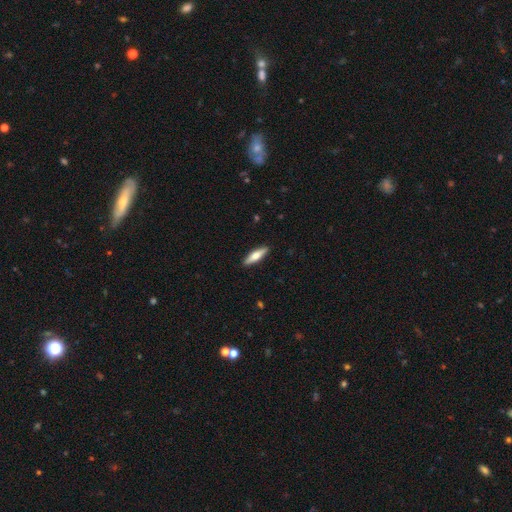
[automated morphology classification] smooth-or-featured: smooth: 63% | featured or disk: 32% | star or artifact: 5%
  how-rounded: cigar-shaped: 68% | in between: 30% | round: 2%
  merging: none: 90% | minor disturbance: 7% | major disturbance: 2% | merger: 1%